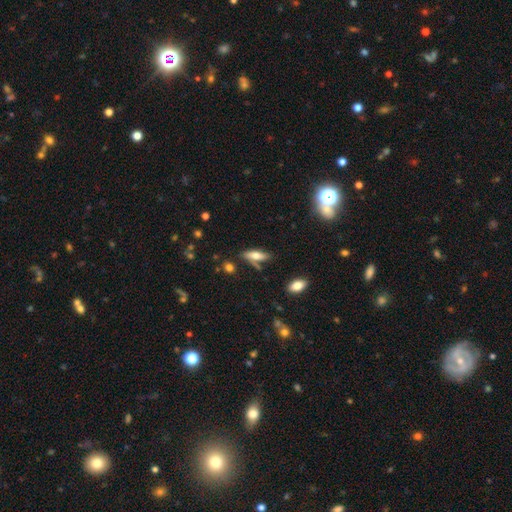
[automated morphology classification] Overall: smooth (63%; featured or disk 28%). How rounded: in between (54%; cigar-shaped 43%). Merging: none (62%; minor disturbance 22%).